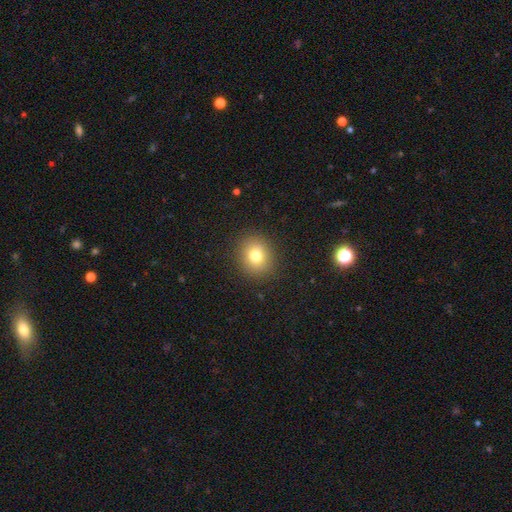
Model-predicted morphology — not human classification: Overall: smooth (77%). How rounded: round (71%). Merging: none (89%).